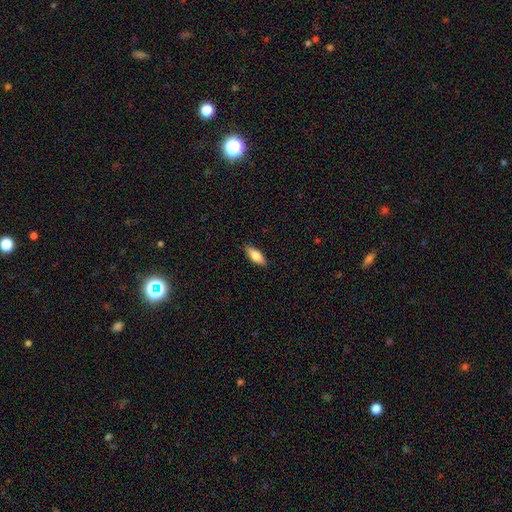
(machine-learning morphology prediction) type=smooth (75%); roundness=in between (67%); merging=none (87%).